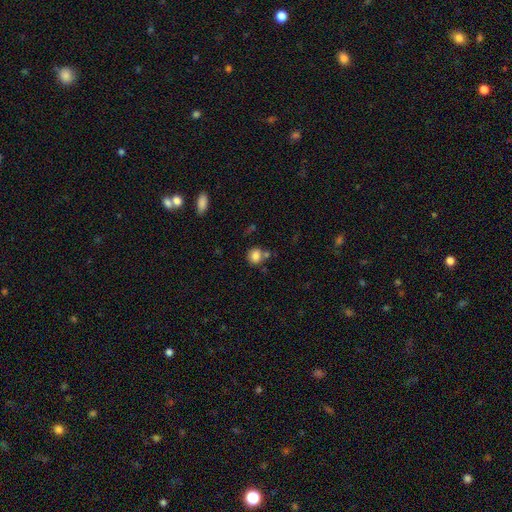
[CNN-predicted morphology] This appears to be a smooth galaxy with no disk features (83%) that is round (81%). Merging: none (62%).